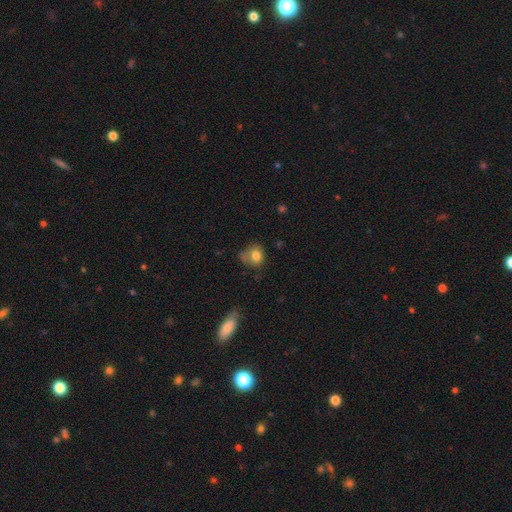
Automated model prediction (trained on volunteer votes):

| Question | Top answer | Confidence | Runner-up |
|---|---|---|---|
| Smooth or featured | smooth | 77% | featured or disk (13%) |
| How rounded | round | 61% | in between (38%) |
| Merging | none | 45% | minor disturbance (30%) |